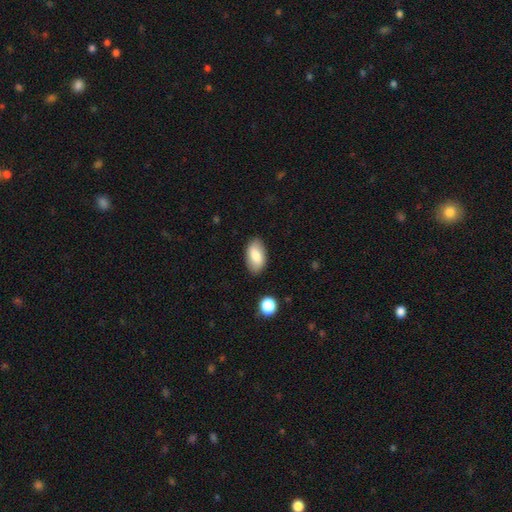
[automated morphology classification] Q: Smooth or featured?
A: smooth (80%); runner-up: featured or disk (13%)
Q: How rounded?
A: in between (94%); runner-up: round (4%)
Q: Merging?
A: none (85%); runner-up: minor disturbance (10%)